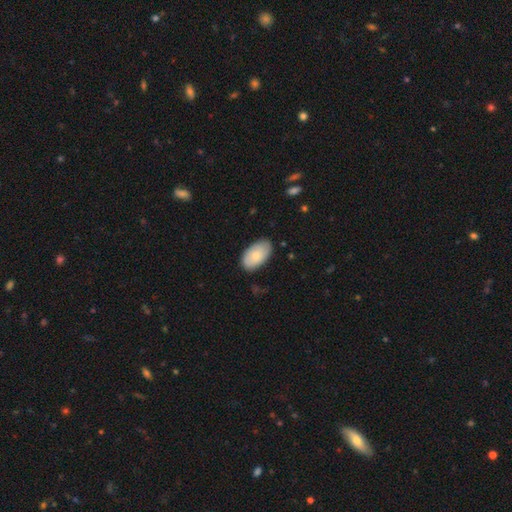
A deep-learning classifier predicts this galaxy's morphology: Smooth or featured?
  - smooth: 76% *
  - featured or disk: 18%
  - star or artifact: 6%
How rounded?
  - in between: 95% *
  - round: 4%
  - cigar-shaped: 1%
Merging?
  - none: 78% *
  - minor disturbance: 18%
  - major disturbance: 3%
  - merger: 1%